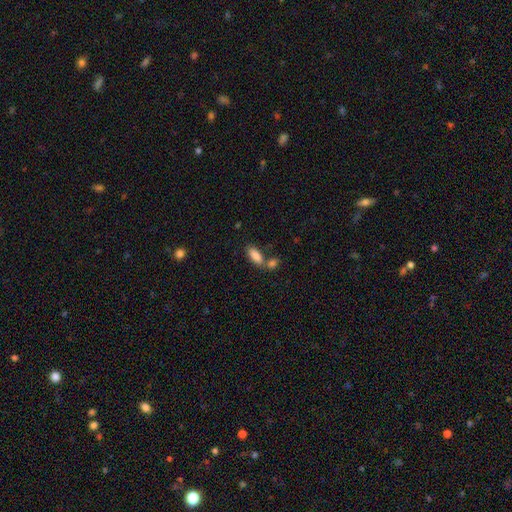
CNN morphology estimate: Overall: smooth (86%). How rounded: in between (82%). Merging: none (51%; merger 34%).